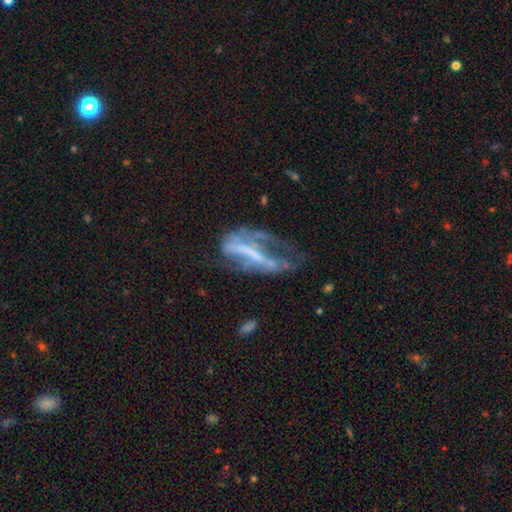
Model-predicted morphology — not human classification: smooth_or_featured: featured or disk (p=0.70) [alt: smooth p=0.20]
disk_edge_on: no (p=0.86) [alt: yes p=0.14]
bar: strong (p=0.53) [alt: no p=0.25]
has_spiral_arms: yes (p=0.50) [tied with: no p=0.50]
bulge_size: none (p=0.50) [alt: small p=0.24]
merging: major disturbance (p=0.45) [alt: none p=0.27]